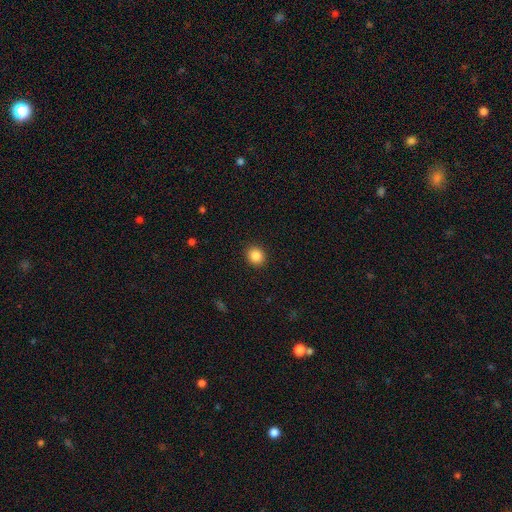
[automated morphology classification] Overall: smooth (85%). How rounded: round (82%). Merging: none (92%).